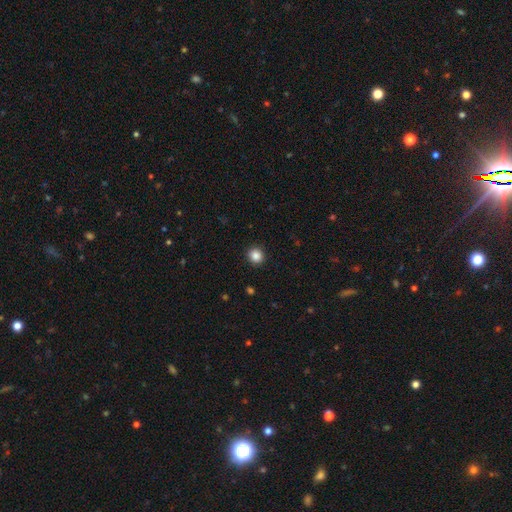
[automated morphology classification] A smooth galaxy with no disk features (86%) that is round (92%). Merging: none (92%).